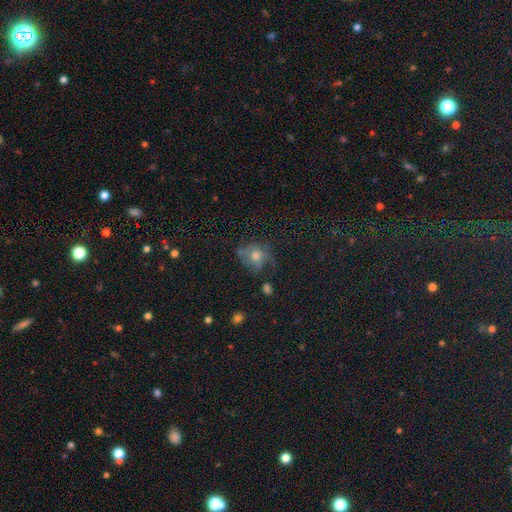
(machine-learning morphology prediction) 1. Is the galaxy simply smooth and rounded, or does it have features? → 49% smooth, 30% featured or disk, 22% star or artifact.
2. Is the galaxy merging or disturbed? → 55% none, 24% minor disturbance, 17% major disturbance, 3% merger.